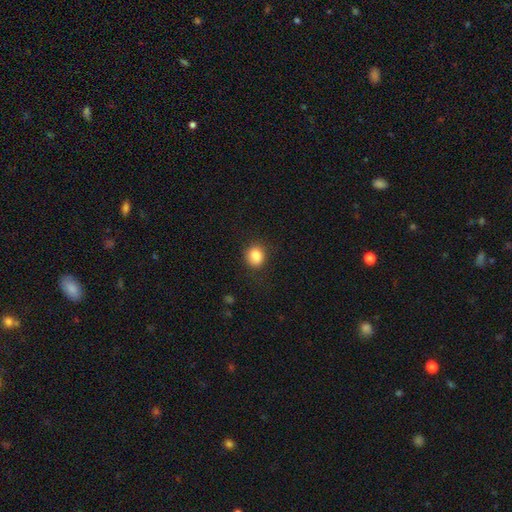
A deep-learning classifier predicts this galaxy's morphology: Smooth or featured? Predicted: smooth (p=0.86). How rounded? Predicted: round (p=0.70). Merging? Predicted: none (p=0.82).